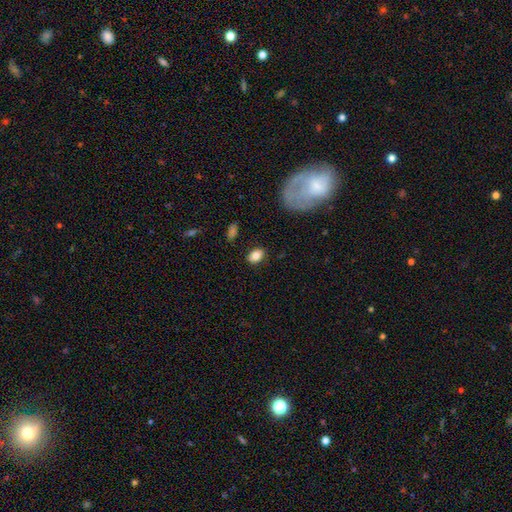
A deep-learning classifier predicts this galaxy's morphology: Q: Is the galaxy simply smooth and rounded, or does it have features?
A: smooth — 82%.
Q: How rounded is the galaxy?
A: in between — 77%.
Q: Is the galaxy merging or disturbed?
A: none — 84%.